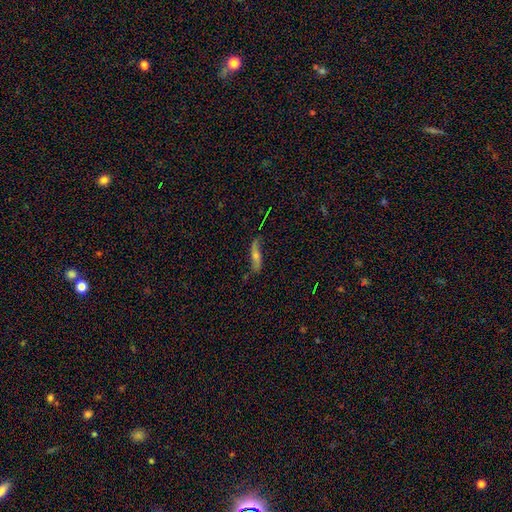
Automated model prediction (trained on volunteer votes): This appears to be a featured or disk galaxy (58%). Merging: none (66%).